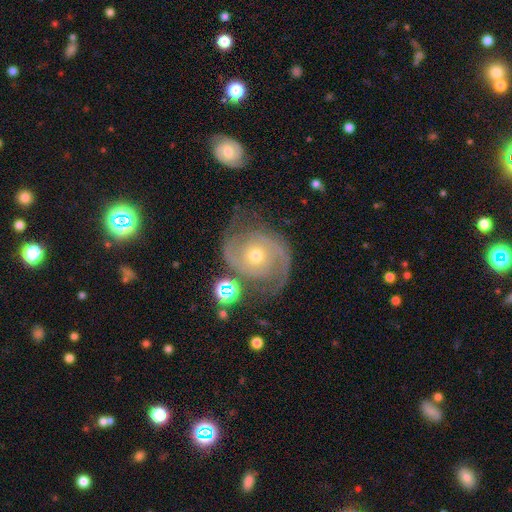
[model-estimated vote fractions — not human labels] Overall: featured or disk (88%). Edge-on disk: no (98%). Bar: no (75%). Spiral arms: yes (97%). Spiral arm count: 2 (89%). Spiral winding: medium (47%; tight 41%). Bulge size: moderate (49%; small 48%). Merging: none (72%).